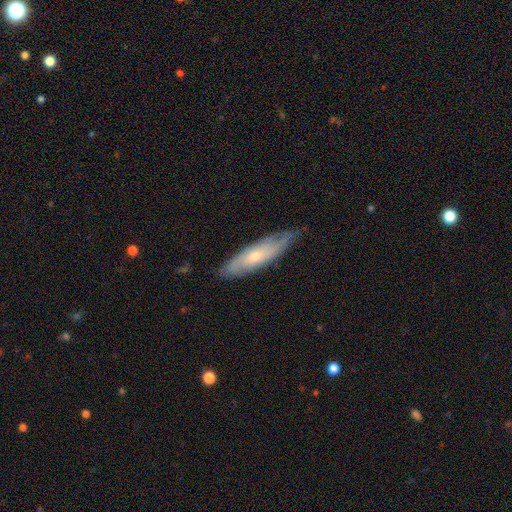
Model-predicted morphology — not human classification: Overall: featured or disk (51%; smooth 43%). Edge-on disk: no (60%; yes 40%). Merging: none (70%).